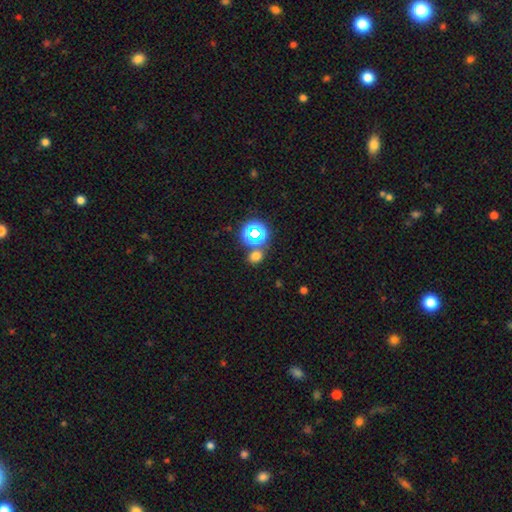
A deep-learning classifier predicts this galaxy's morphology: smooth 64%, star or artifact 29%, featured or disk 7%. Down the decision tree: how rounded — round (67%); merging — none (73%).